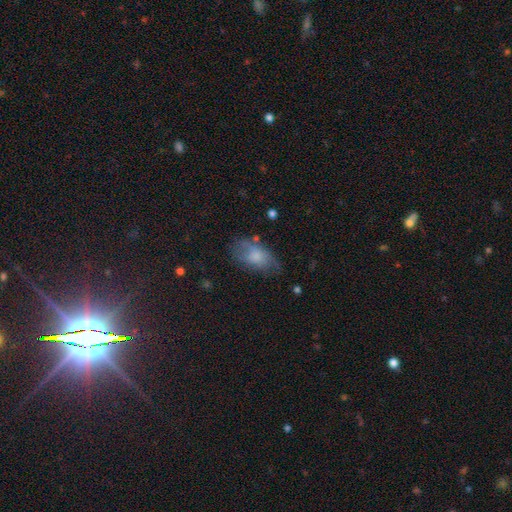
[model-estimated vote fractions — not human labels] Smooth or featured? smooth (65%)
How rounded? in between (90%)
Merging? none (49%)